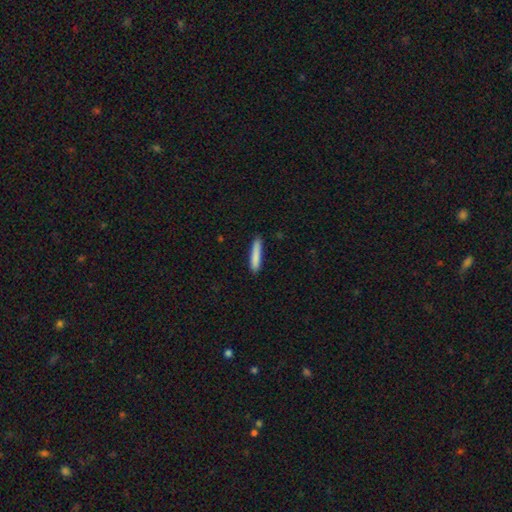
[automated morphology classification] smooth-or-featured: smooth: 84% | featured or disk: 10% | star or artifact: 6%
  how-rounded: cigar-shaped: 92% | in between: 7% | round: 1%
  merging: none: 87% | minor disturbance: 10% | major disturbance: 2% | merger: 1%